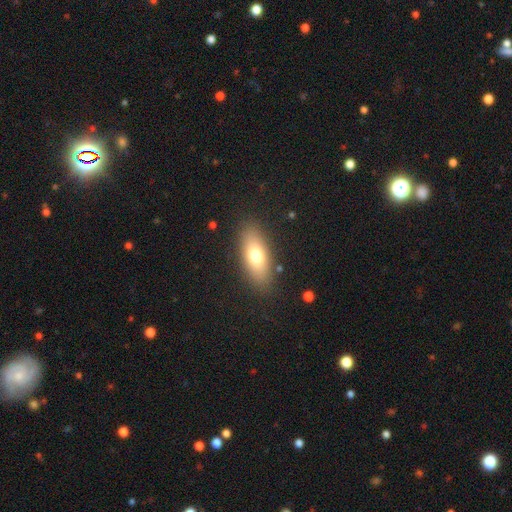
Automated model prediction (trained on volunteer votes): A smooth galaxy with no disk features (73%) that is in between round and cigar-shaped (77%).

Vote fractions:
- Smooth or featured? smooth: 73% / featured or disk: 20% / star or artifact: 8%
- How rounded? in between: 77% / cigar-shaped: 19% / round: 4%
- Merging? none: 85% / minor disturbance: 10% / major disturbance: 3% / merger: 2%